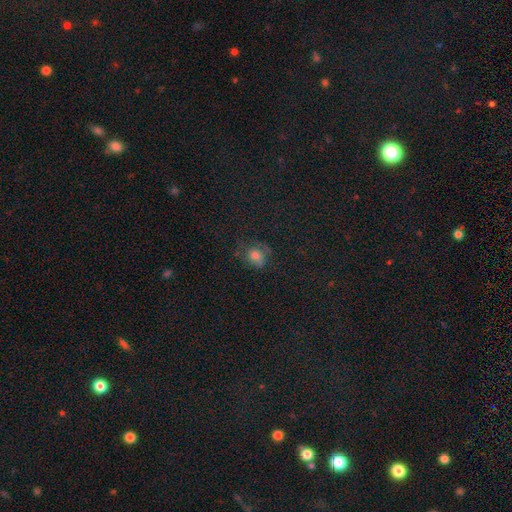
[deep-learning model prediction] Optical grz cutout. It shows a smooth galaxy with no disk features (63%) that is round (60%). Merging: none (56%).